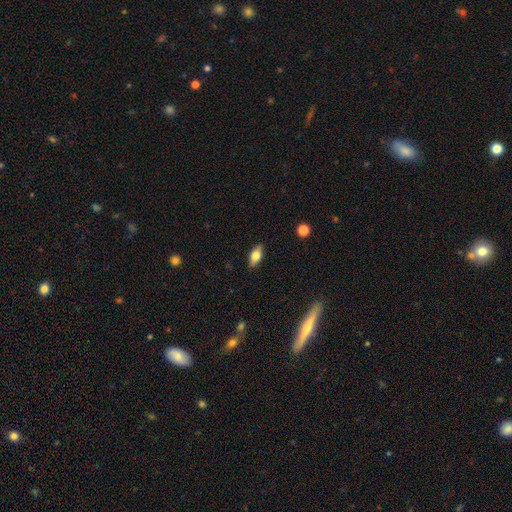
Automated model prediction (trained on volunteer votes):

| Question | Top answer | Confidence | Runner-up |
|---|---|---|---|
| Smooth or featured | smooth | 70% | featured or disk (23%) |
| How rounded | in between | 84% | cigar-shaped (12%) |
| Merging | none | 87% | minor disturbance (10%) |